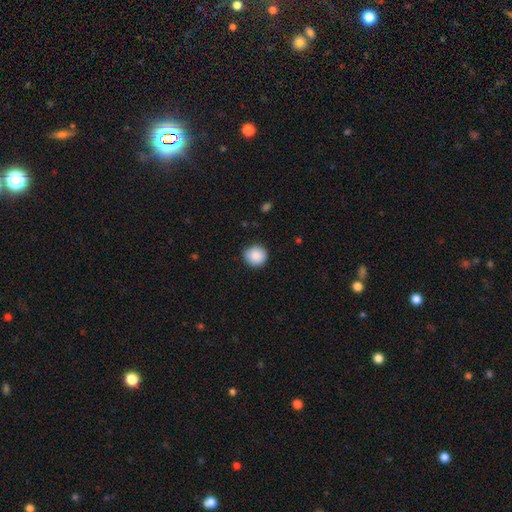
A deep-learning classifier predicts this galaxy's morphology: smooth 89%, star or artifact 8%, featured or disk 3%. Down the decision tree: how rounded — round (92%); merging — none (89%).